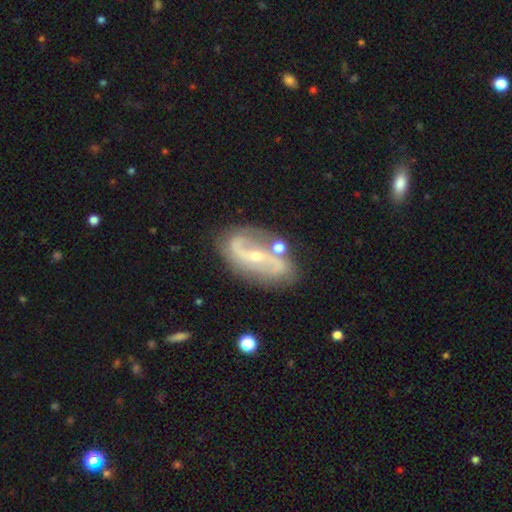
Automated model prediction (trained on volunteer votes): Smooth or featured: featured or disk — 85% (smooth — 9%)
Edge-on disk: no — 94% (yes — 6%)
Bar: strong — 41% (weak — 30%)
Spiral arms: yes — 91% (no — 9%)
Spiral winding: loose — 48% (medium — 35%)
Spiral arm count: 2 — 86% (can't tell — 6%)
Bulge size: small — 72% (moderate — 25%)
Merging: none — 71% (minor disturbance — 17%)